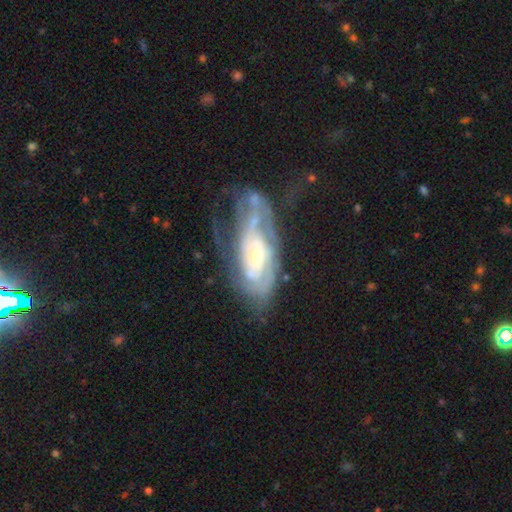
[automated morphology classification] A featured or disk galaxy (82%) with no bar (71%), tight (63%) spiral arms (88%) and a small central bulge (61%).

Vote fractions:
- Smooth or featured? featured or disk: 82% / smooth: 11% / star or artifact: 7%
- Edge-on disk? no: 92% / yes: 8%
- Bar? no: 71% / weak: 22% / strong: 7%
- Spiral arms? yes: 88% / no: 12%
- Spiral winding? tight: 63% / medium: 28% / loose: 9%
- Spiral arm count? can't tell: 45% / 2: 27% / 3: 13% / 4: 6% / 1: 5% / more than 4: 4%
- Bulge size? small: 61% / moderate: 34% / large: 2% / none: 1% / dominant: 1%
- Merging? none: 46% / major disturbance: 24% / minor disturbance: 24% / merger: 6%